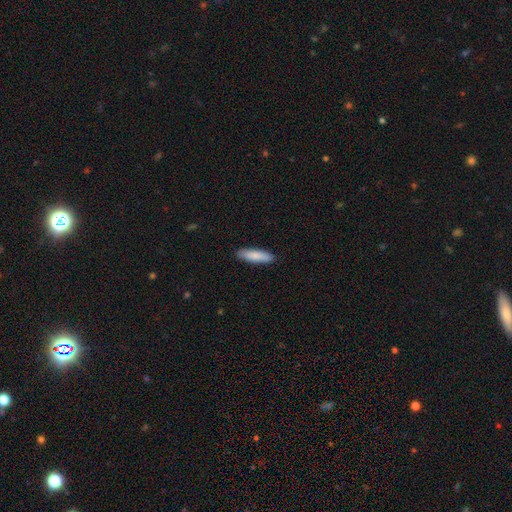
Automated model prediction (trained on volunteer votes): The model was most divided on "how rounded": cigar-shaped: 65%, in between: 33%, round: 1%. More confident: merging — none (89%); smooth or featured — smooth (84%).